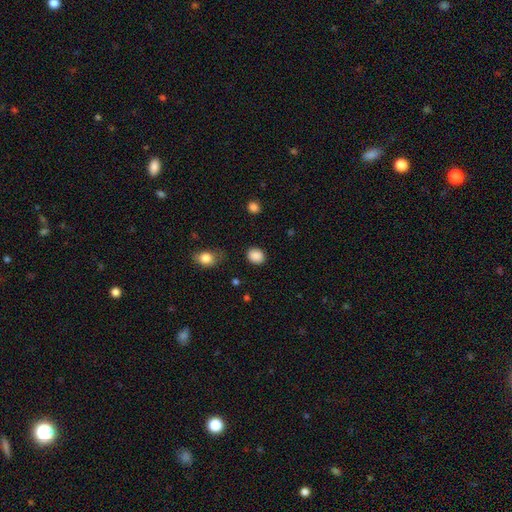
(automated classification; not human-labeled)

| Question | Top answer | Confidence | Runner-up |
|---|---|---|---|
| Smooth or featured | smooth | 88% | star or artifact (9%) |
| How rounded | round | 57% | in between (42%) |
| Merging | none | 84% | minor disturbance (11%) |